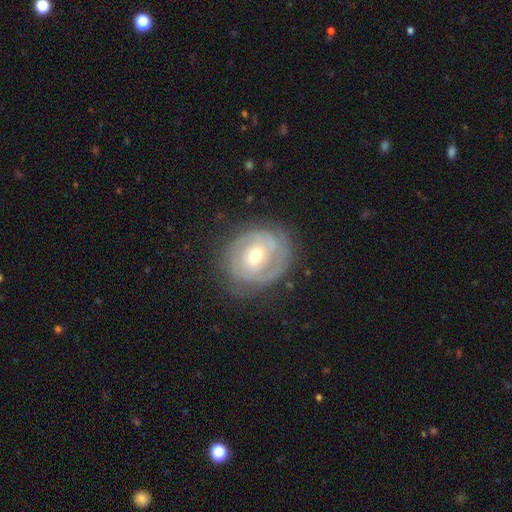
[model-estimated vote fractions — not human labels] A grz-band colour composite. It shows a featured or disk galaxy (83%) with no bar (45%), 2 (51%) tight (69%) spiral arms (92%) and a moderate central bulge (64%). Merging: none (77%).